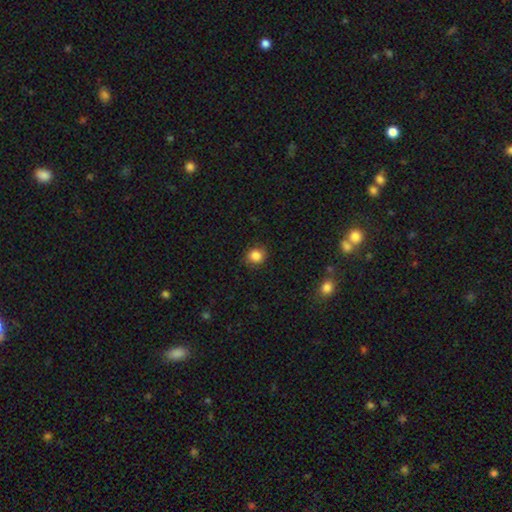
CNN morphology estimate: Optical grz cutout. It shows a smooth galaxy with no disk features (85%) that is round (79%). Merging: none (86%).